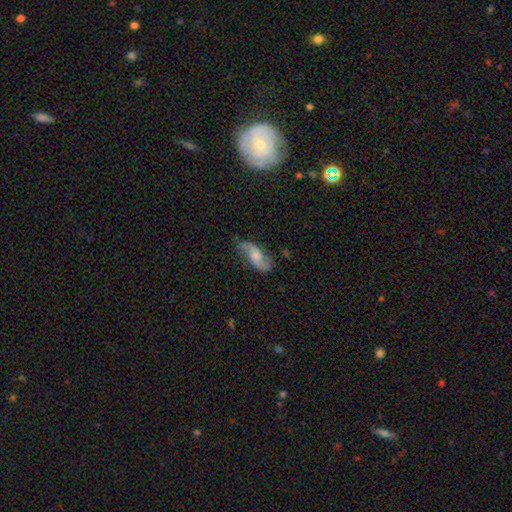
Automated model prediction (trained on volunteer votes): Smooth or featured? Predicted: featured or disk (p=0.67). Edge-on disk? Predicted: no (p=0.91). Bar? Predicted: no (p=0.58). Spiral arms? Predicted: yes (p=0.92). Spiral winding? Predicted: loose (p=0.65). Spiral arm count? Predicted: 2 (p=0.90). Bulge size? Predicted: moderate (p=0.42). Merging? Predicted: none (p=0.69).